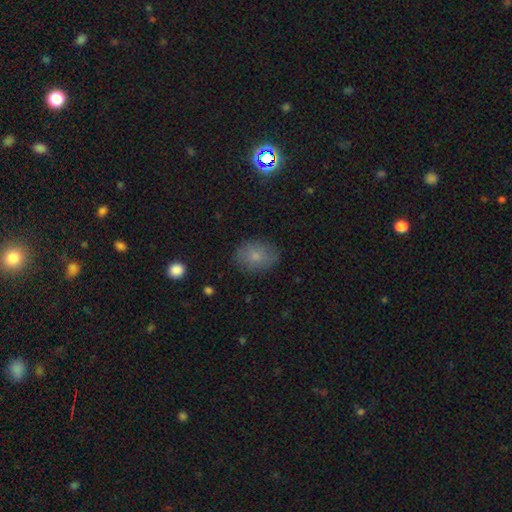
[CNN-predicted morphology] smooth-or-featured: smooth: 76% | featured or disk: 12% | star or artifact: 12%
  how-rounded: in between: 66% | round: 32% | cigar-shaped: 1%
  merging: none: 81% | minor disturbance: 14% | major disturbance: 4% | merger: 1%